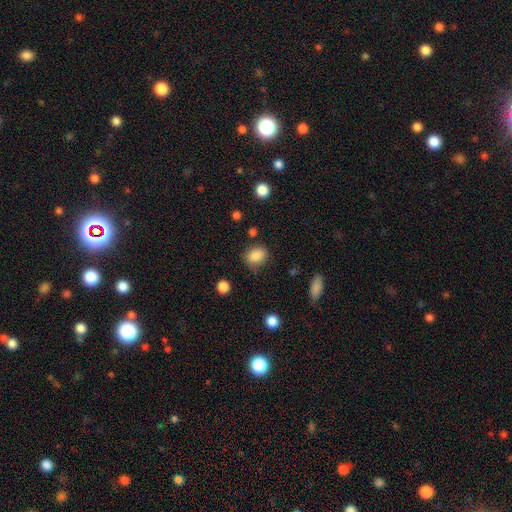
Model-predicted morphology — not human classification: smooth_or_featured: smooth (p=0.86) [alt: star or artifact p=0.09]
how_rounded: round (p=0.51) [alt: in between p=0.48]
merging: none (p=0.79) [alt: minor disturbance p=0.14]